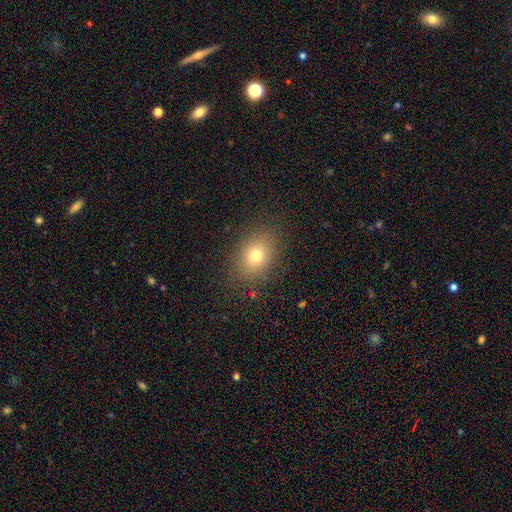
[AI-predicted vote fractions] Overall: smooth (74%). How rounded: in between (64%; round 35%). Merging: none (84%).